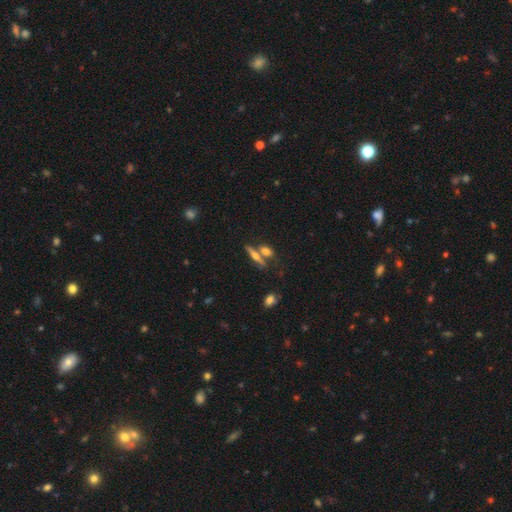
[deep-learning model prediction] smooth_or_featured: featured or disk (p=0.53) [alt: smooth p=0.37]
disk_edge_on: yes (p=0.91) [alt: no p=0.09]
merging: none (p=0.62) [alt: merger p=0.25]